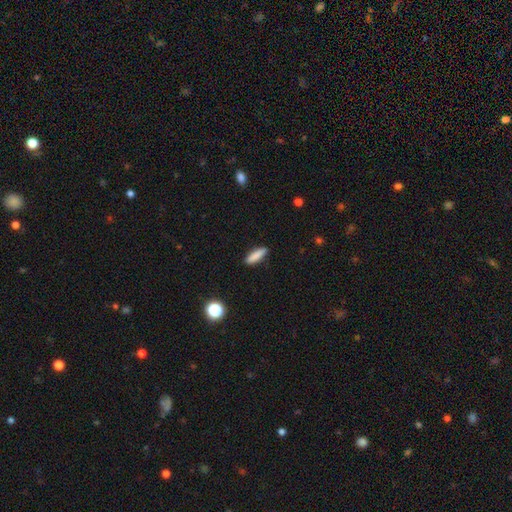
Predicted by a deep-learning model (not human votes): The model was most divided on "how rounded": cigar-shaped: 64%, in between: 34%, round: 2%. More confident: merging — none (89%); smooth or featured — smooth (85%).